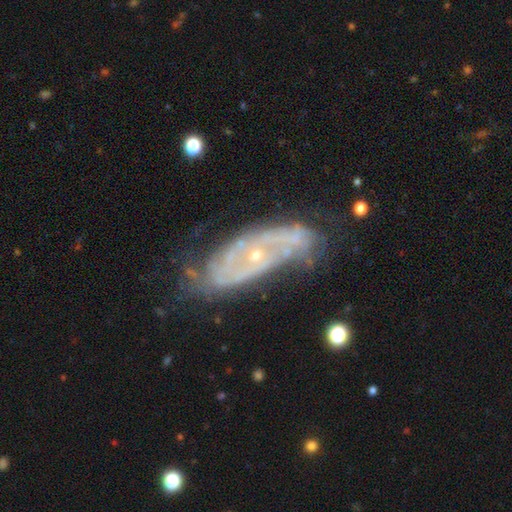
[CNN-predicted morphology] Overall: featured or disk (82%). Edge-on disk: no (88%). Bar: no (64%; weak 26%). Spiral arms: yes (86%). Spiral arm count: 2 (41%; can't tell 35%). Spiral winding: tight (53%; medium 33%). Bulge size: small (79%). Merging: none (59%; minor disturbance 26%).